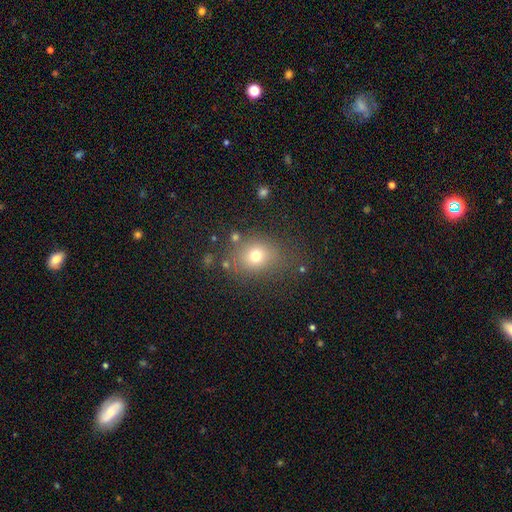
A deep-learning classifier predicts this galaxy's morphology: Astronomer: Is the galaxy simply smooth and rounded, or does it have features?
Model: smooth — 71%.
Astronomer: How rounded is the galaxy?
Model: round — 60% (runner-up: in between, 38%).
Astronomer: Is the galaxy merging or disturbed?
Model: none — 73%.